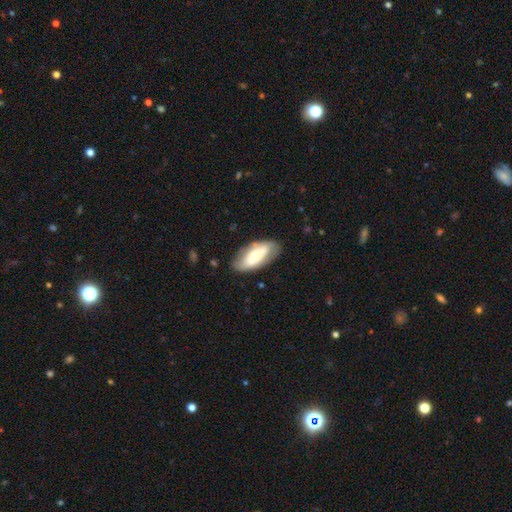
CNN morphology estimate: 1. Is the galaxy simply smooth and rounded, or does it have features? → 47% featured or disk (tied), 47% smooth (tied), 6% star or artifact.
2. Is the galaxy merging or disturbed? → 70% none, 20% minor disturbance, 6% major disturbance, 4% merger.